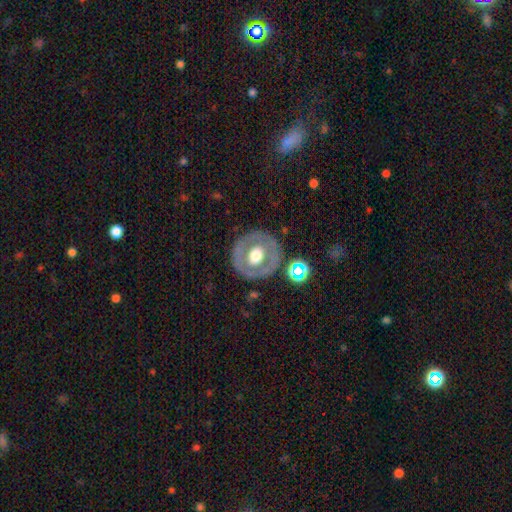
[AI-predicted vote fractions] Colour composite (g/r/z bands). It shows a featured or disk galaxy (51%). Merging: none (80%).